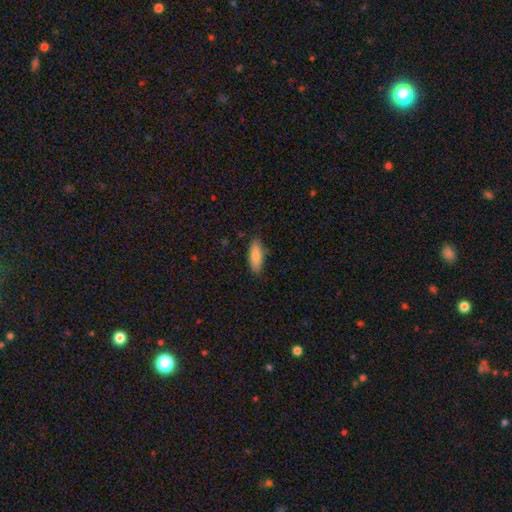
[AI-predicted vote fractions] A smooth galaxy with no disk features (85%) that is in between round and cigar-shaped (64%). Merging: none (85%).